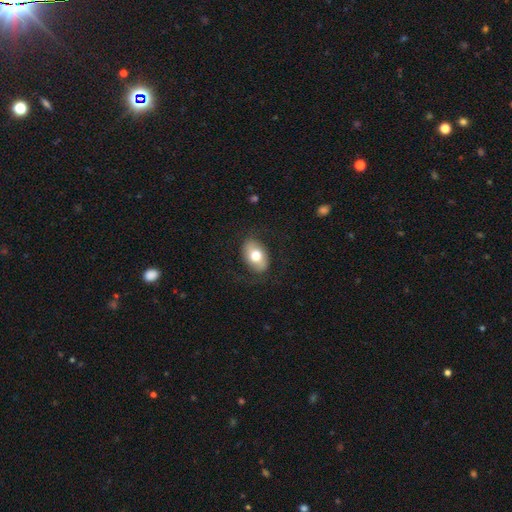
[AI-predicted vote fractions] Morphology: type=smooth (66%); roundness=in between (84%); merging=none (78%).